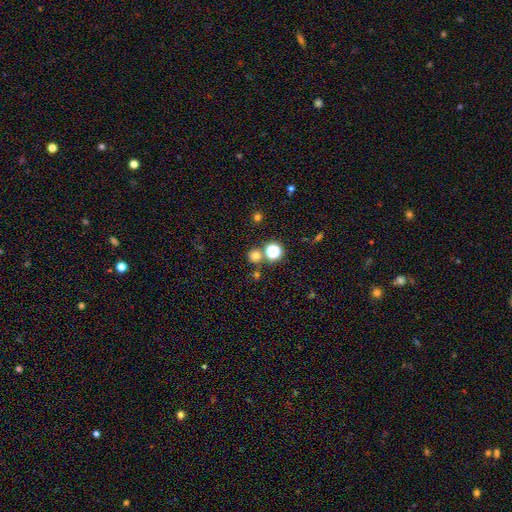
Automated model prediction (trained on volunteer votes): Morphology: type=smooth (71%); roundness=round (92%); merging=none (76%).